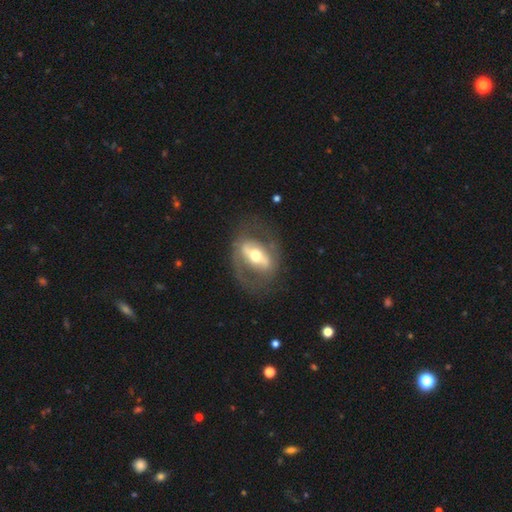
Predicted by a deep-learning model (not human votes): Morphology: type=featured or disk (71%); edge-on=no (88%); bar=strong (57%); spiral arms=no (55%); bulge=moderate (68%); merging=none (68%).